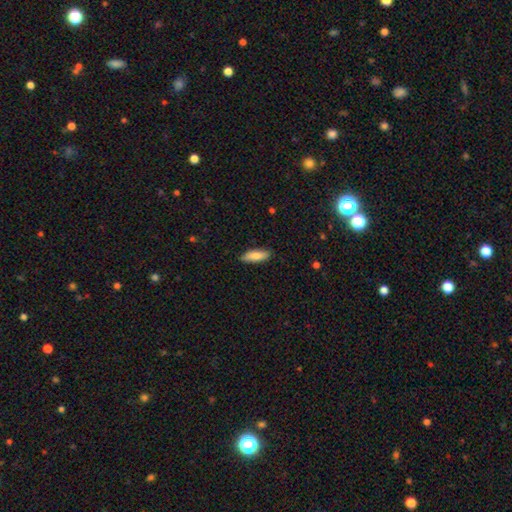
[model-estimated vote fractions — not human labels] Overall: smooth (82%). How rounded: in between (54%; cigar-shaped 44%). Merging: none (87%).